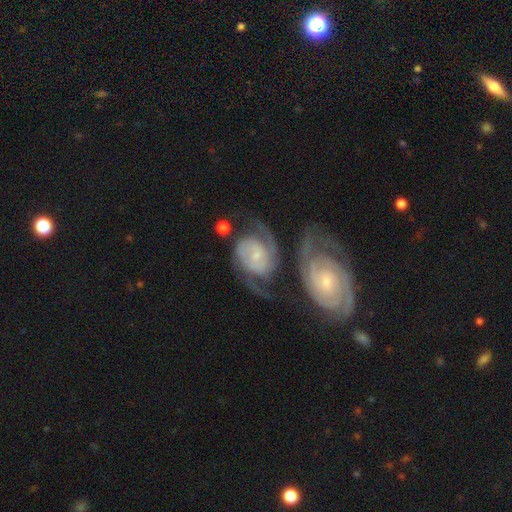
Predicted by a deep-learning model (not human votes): Smooth or featured? Predicted: featured or disk (p=0.84). Edge-on disk? Predicted: no (p=0.97). Bar? Predicted: no (p=0.61). Spiral arms? Predicted: yes (p=0.97). Spiral winding? Predicted: tight (p=0.46). Spiral arm count? Predicted: 2 (p=0.82). Bulge size? Predicted: small (p=0.72). Merging? Predicted: none (p=0.39).